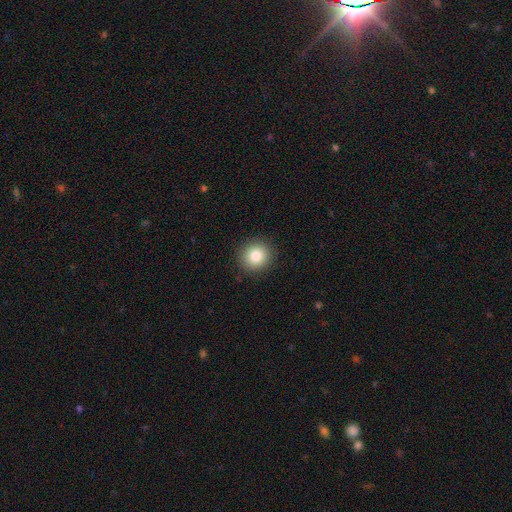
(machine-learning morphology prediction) This appears to be a smooth galaxy with no disk features (84%) that is round (91%). Merging: none (91%).